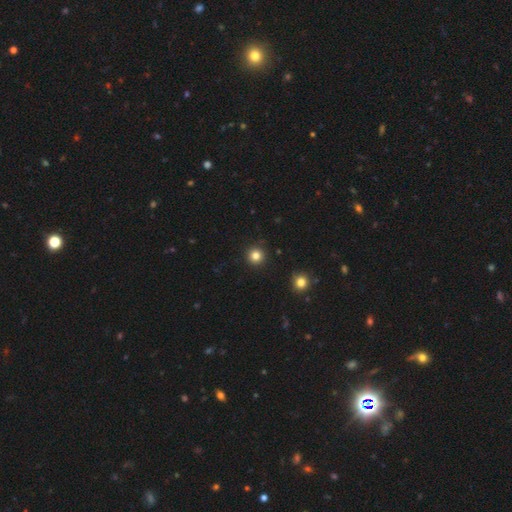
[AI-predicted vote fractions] Morphology: type=smooth (82%); roundness=round (96%); merging=none (91%).